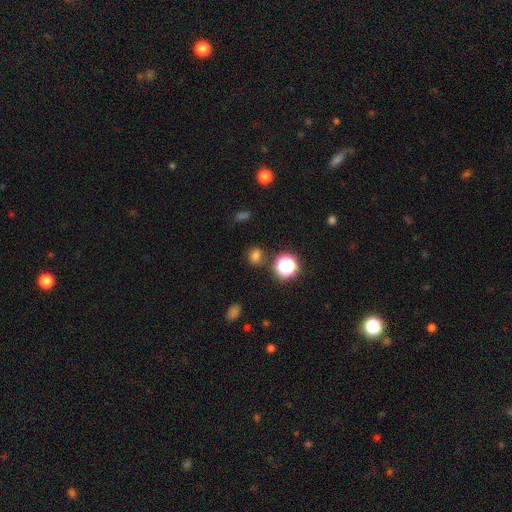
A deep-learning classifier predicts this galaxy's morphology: This appears to be a smooth galaxy with no disk features (73%) that is round (64%). Merging: none (81%).